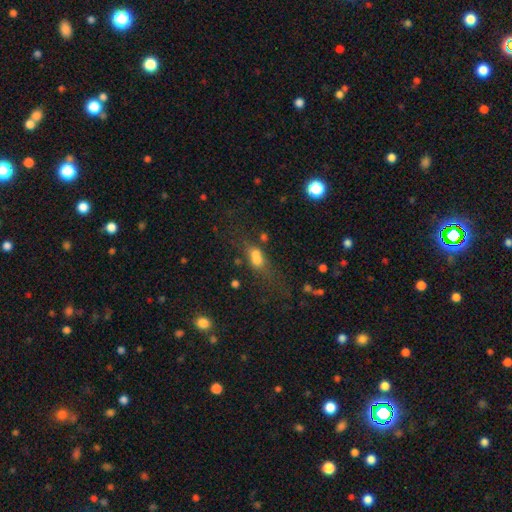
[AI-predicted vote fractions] smooth_or_featured: smooth (p=0.63) [alt: featured or disk p=0.21]
how_rounded: in between (p=0.65) [alt: cigar-shaped p=0.20]
merging: none (p=0.33) [alt: merger p=0.27]